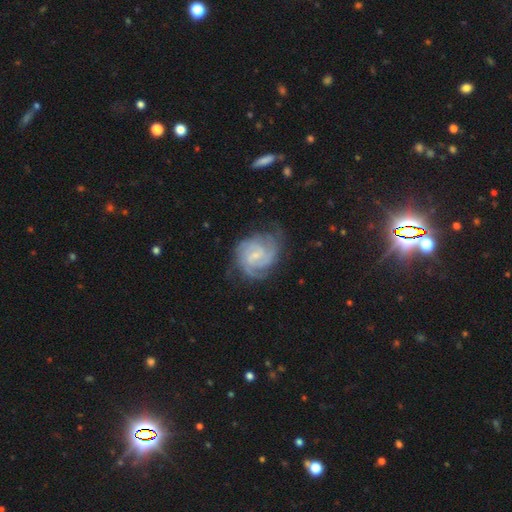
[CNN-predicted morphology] The model was most divided on "spiral arm count": 3: 31%, 2: 26%, can't tell: 20%, 4: 12%, more than 4: 5%, 1: 5%. More confident: edge-on disk — no (98%); spiral arms — yes (97%); smooth or featured — featured or disk (87%); bulge size — small (66%); merging — none (66%); spiral winding — tight (60%); bar — weak (53%).